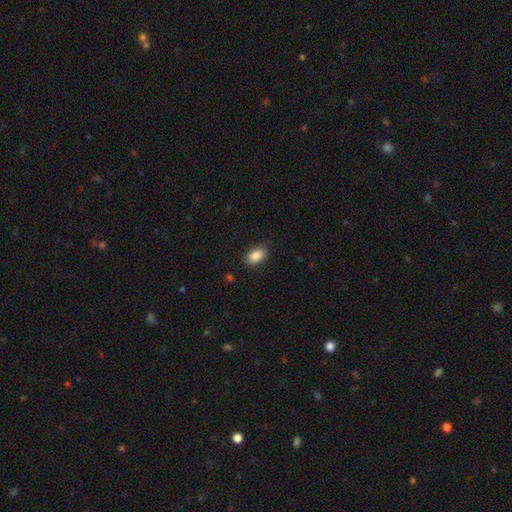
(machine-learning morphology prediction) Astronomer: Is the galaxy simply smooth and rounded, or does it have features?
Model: smooth — 87%.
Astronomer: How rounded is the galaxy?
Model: in between — 88%.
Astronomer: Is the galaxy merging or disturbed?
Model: none — 84%.